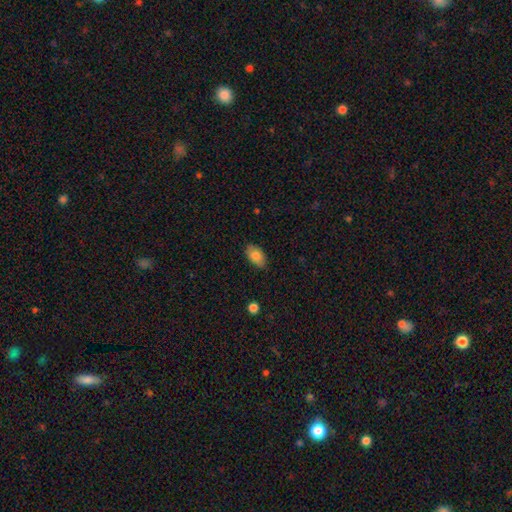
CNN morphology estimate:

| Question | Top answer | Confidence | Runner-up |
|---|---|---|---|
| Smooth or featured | smooth | 81% | featured or disk (12%) |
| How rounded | in between | 92% | round (6%) |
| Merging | none | 85% | minor disturbance (12%) |